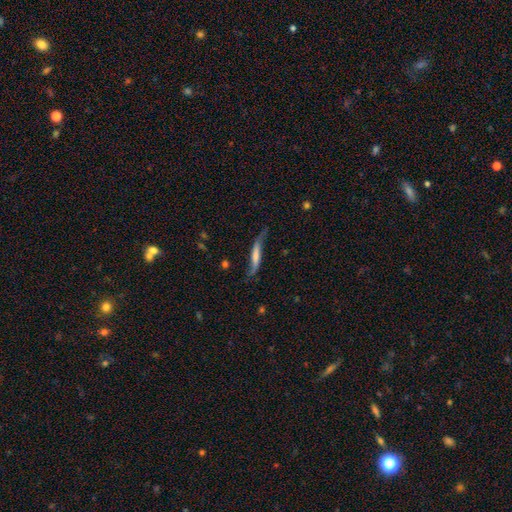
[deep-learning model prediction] A featured or disk galaxy (59%).

Vote fractions:
- Smooth or featured? featured or disk: 59% / smooth: 34% / star or artifact: 7%
- Edge-on disk? no: 51% / yes: 49%
- Merging? none: 51% / minor disturbance: 26% / major disturbance: 19% / merger: 4%